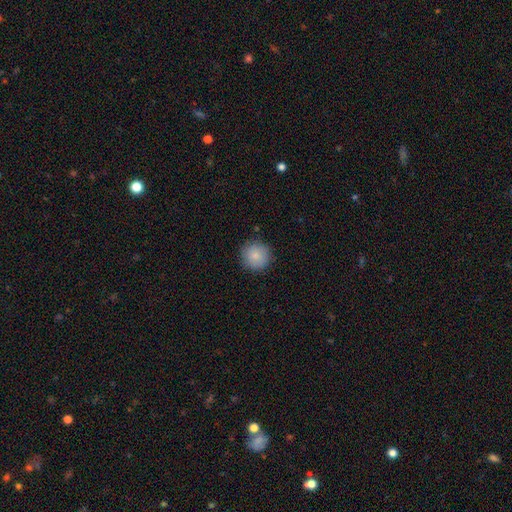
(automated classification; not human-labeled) Overall: smooth (86%). How rounded: round (95%). Merging: none (88%).